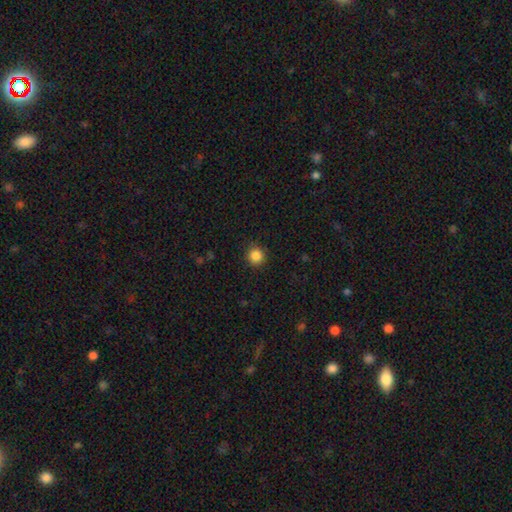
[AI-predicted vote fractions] smooth_or_featured: smooth (p=0.86) [alt: star or artifact p=0.11]
how_rounded: round (p=0.93) [alt: in between p=0.06]
merging: none (p=0.90) [alt: minor disturbance p=0.07]